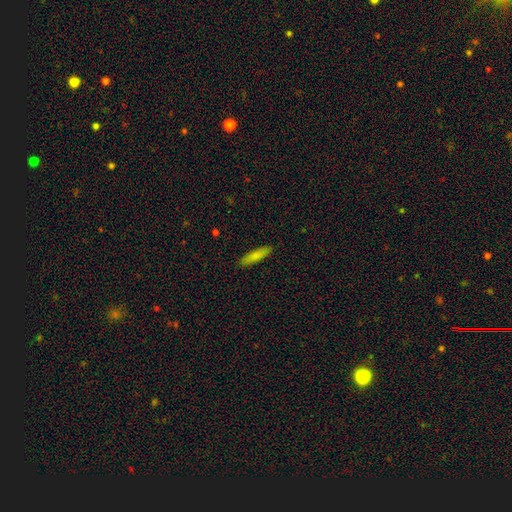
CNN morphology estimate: A smooth galaxy with no disk features (82%) that is cigar-shaped (74%).

Vote fractions:
- Smooth or featured? smooth: 82% / featured or disk: 12% / star or artifact: 7%
- How rounded? cigar-shaped: 74% / in between: 24% / round: 2%
- Merging? none: 89% / minor disturbance: 8% / major disturbance: 2% / merger: 1%